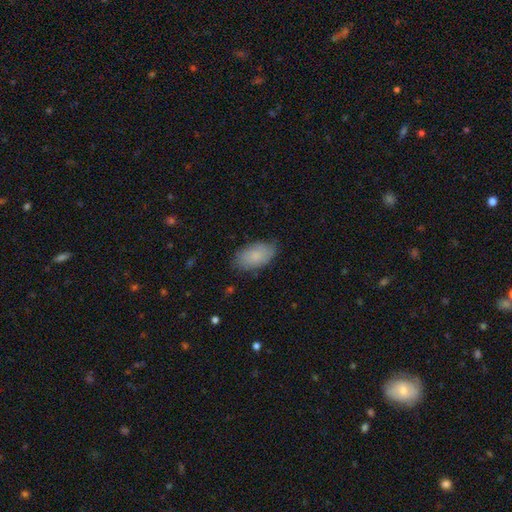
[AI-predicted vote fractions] smooth_or_featured: smooth (p=0.82) [alt: featured or disk p=0.12]
how_rounded: in between (p=0.94) [alt: round p=0.04]
merging: none (p=0.79) [alt: minor disturbance p=0.16]